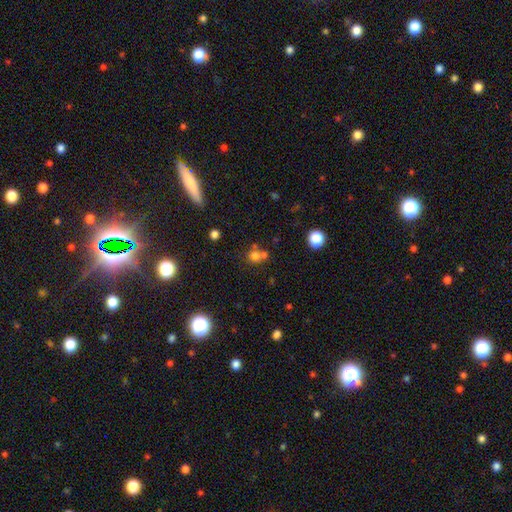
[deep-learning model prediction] Smooth or featured: smooth — 71% (star or artifact — 18%)
How rounded: round — 86% (in between — 13%)
Merging: none — 51% (merger — 38%)